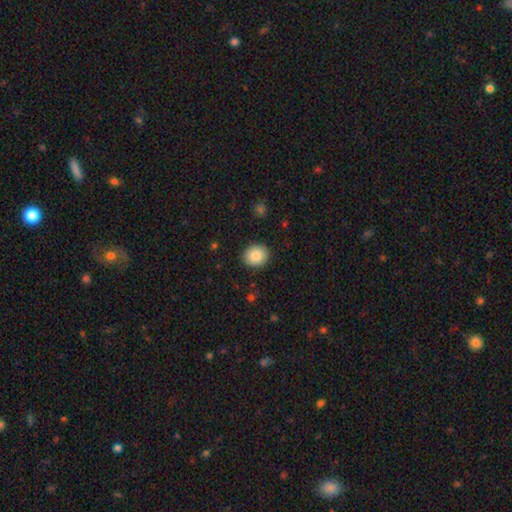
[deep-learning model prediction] Q: Smooth or featured?
A: smooth (87%); runner-up: star or artifact (8%)
Q: How rounded?
A: round (76%); runner-up: in between (23%)
Q: Merging?
A: none (90%); runner-up: minor disturbance (7%)